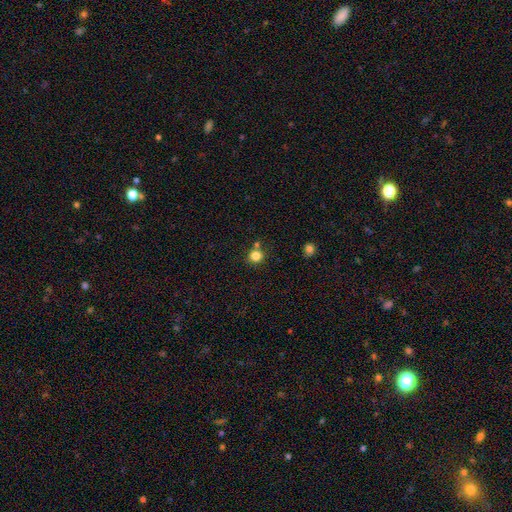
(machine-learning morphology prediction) Smooth or featured?
  - smooth: 82% *
  - star or artifact: 13%
  - featured or disk: 5%
How rounded?
  - round: 89% *
  - in between: 10%
  - cigar-shaped: 1%
Merging?
  - none: 72% *
  - merger: 15%
  - minor disturbance: 9%
  - major disturbance: 3%